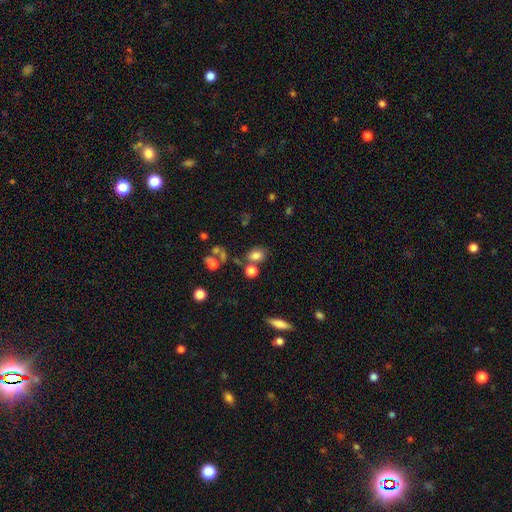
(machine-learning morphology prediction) smooth-or-featured: smooth: 79% | star or artifact: 13% | featured or disk: 9%
  how-rounded: in between: 64% | round: 34% | cigar-shaped: 2%
  merging: none: 62% | merger: 19% | minor disturbance: 13% | major disturbance: 5%